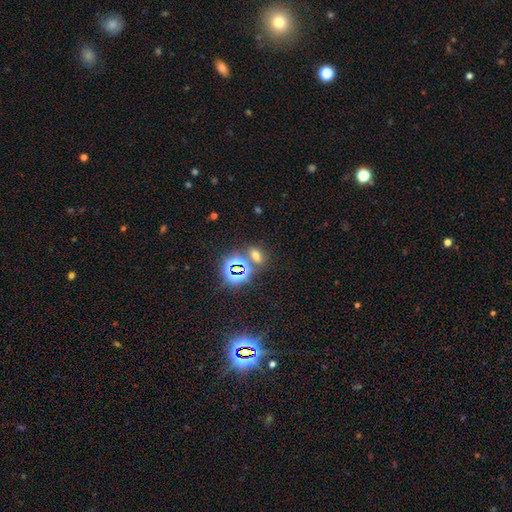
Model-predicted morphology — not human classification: Smooth or featured? Predicted: smooth (p=0.51). How rounded? Predicted: in between (p=0.71). Merging? Predicted: none (p=0.70).